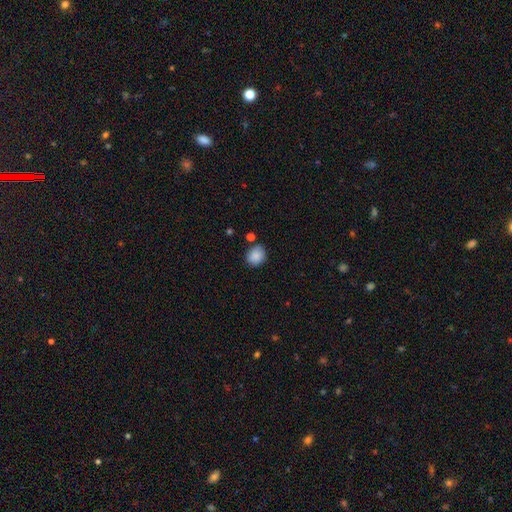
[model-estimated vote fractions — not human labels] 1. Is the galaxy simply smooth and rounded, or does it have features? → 87% smooth, 8% star or artifact, 5% featured or disk.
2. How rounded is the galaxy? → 64% round, 35% in between, 1% cigar-shaped.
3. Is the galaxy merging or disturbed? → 75% none, 16% minor disturbance, 5% merger, 3% major disturbance.